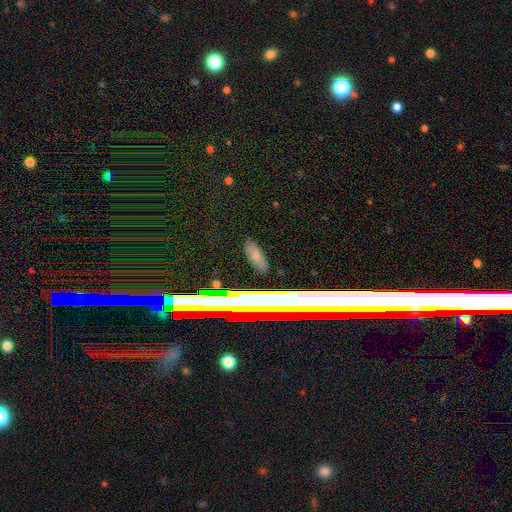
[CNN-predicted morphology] Smooth or featured? Predicted: smooth (p=0.63). How rounded? Predicted: in between (p=0.65). Merging? Predicted: none (p=0.83).